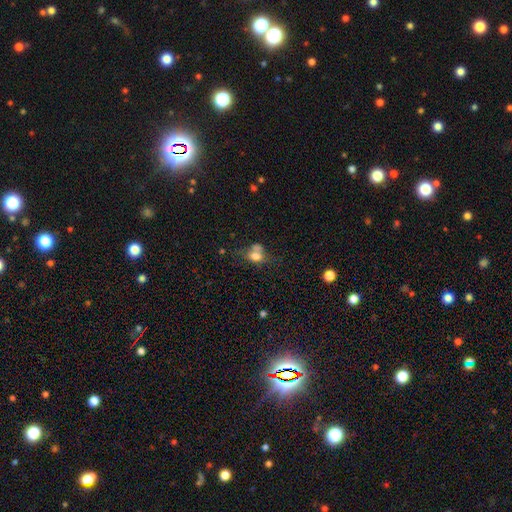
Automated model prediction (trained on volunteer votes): This is likely a smooth galaxy (68%). How rounded: possibly in between (54%). Merging: marginally none (32%).